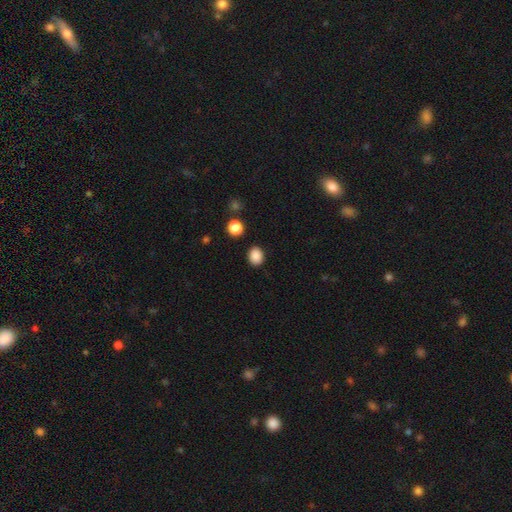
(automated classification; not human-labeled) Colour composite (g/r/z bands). It shows a smooth galaxy with no disk features (87%) that is round (60%). Merging: none (88%).